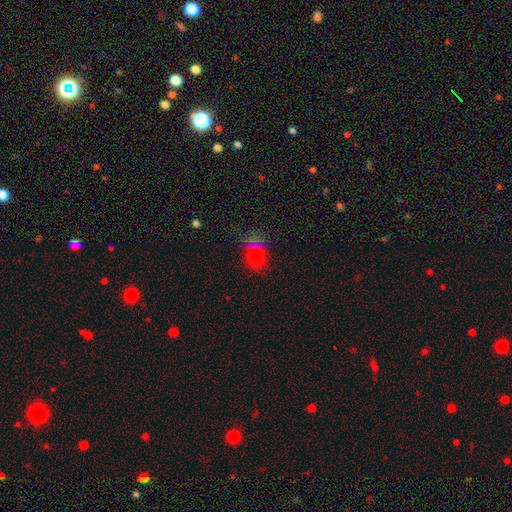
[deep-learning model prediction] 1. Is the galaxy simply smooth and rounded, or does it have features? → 66% smooth, 26% star or artifact, 7% featured or disk.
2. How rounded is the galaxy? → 52% round, 46% in between, 2% cigar-shaped.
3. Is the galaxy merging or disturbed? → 82% none, 11% minor disturbance, 4% major disturbance, 4% merger.